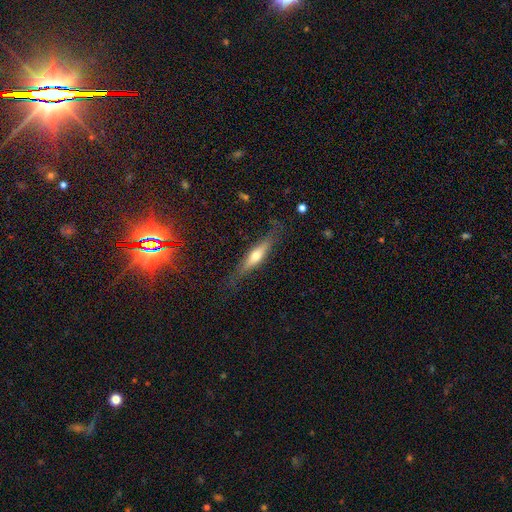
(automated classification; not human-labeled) A featured or disk galaxy (48%).

Vote fractions:
- Smooth or featured? featured or disk: 48% / smooth: 45% / star or artifact: 7%
- Merging? none: 76% / minor disturbance: 17% / major disturbance: 6% / merger: 1%